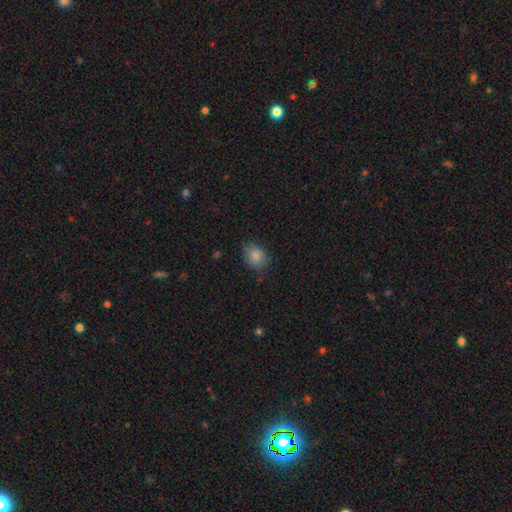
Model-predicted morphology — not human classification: This is clearly a smooth galaxy (85%). How rounded: likely in between (62%). Merging: likely none (76%).